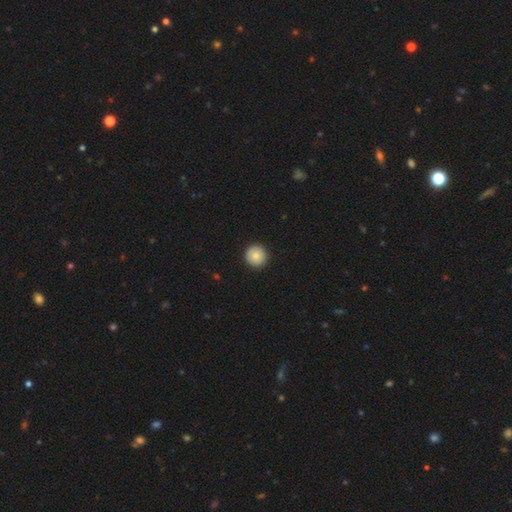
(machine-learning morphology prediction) A smooth galaxy with no disk features (82%) that is round (96%). Merging: none (92%).